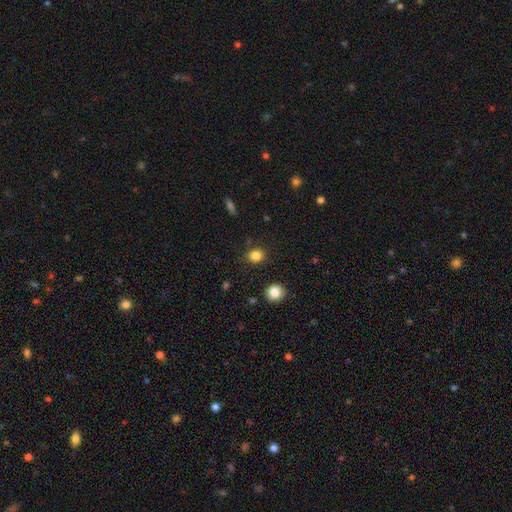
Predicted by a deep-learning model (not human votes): Smooth or featured? Predicted: smooth (p=0.83). How rounded? Predicted: round (p=0.71). Merging? Predicted: none (p=0.86).